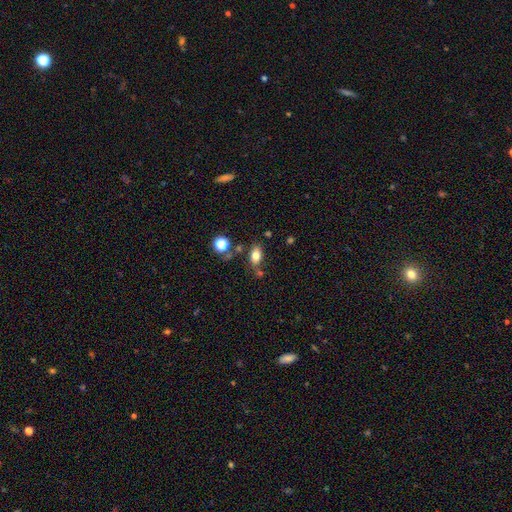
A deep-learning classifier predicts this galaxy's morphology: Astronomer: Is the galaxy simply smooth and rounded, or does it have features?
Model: smooth — 77%.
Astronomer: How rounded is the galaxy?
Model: in between — 85%.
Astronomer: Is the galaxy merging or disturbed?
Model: none — 68%.